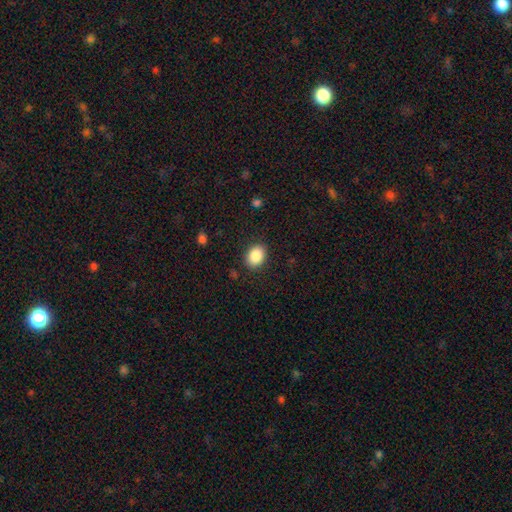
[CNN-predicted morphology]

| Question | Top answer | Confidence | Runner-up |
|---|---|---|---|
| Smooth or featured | smooth | 88% | star or artifact (8%) |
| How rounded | in between | 64% | round (35%) |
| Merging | none | 88% | minor disturbance (9%) |